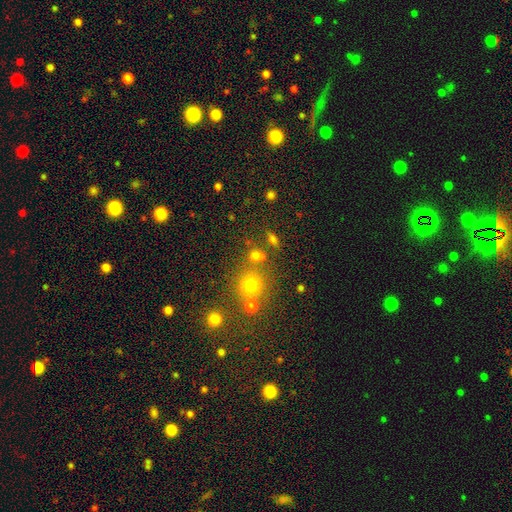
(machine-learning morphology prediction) type=smooth (66%); roundness=round (65%); merging=none (66%).